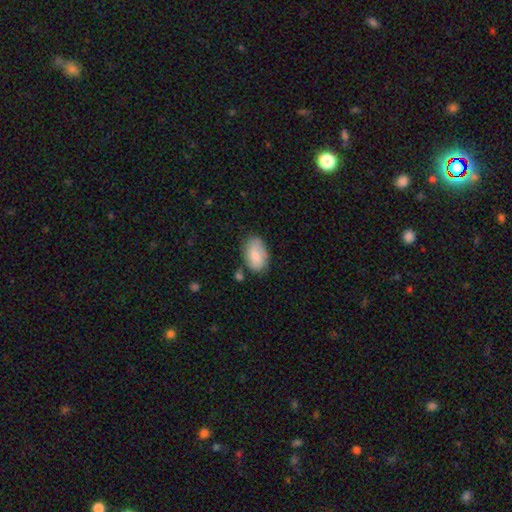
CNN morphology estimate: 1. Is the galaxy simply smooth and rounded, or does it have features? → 81% smooth, 12% featured or disk, 6% star or artifact.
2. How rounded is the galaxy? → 91% in between, 8% round, 1% cigar-shaped.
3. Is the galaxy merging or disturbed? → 68% none, 22% minor disturbance, 5% merger, 5% major disturbance.